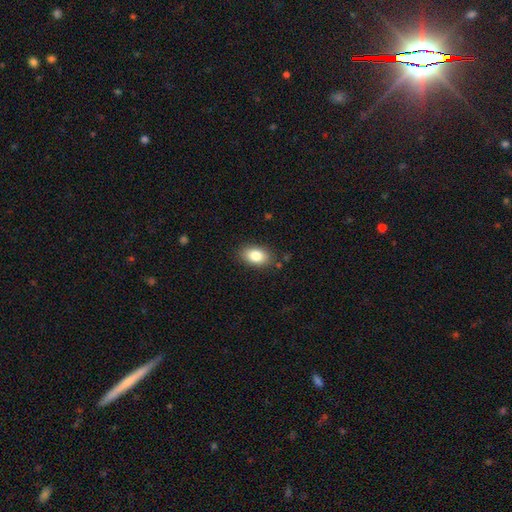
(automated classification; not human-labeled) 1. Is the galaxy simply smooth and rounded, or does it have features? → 84% smooth, 8% featured or disk, 8% star or artifact.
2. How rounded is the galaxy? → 89% in between, 9% round, 2% cigar-shaped.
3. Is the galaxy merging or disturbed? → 84% none, 11% minor disturbance, 3% major disturbance, 2% merger.